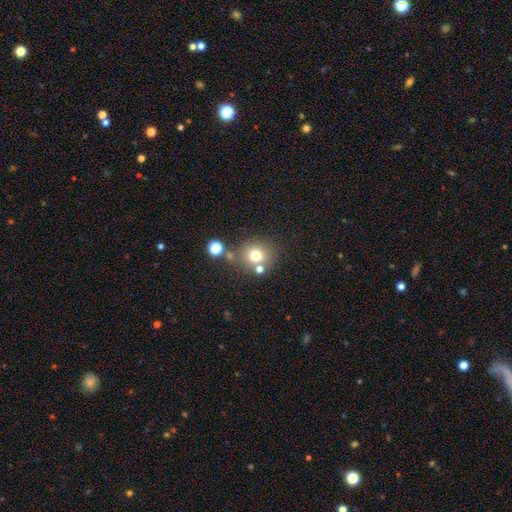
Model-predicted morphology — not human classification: Smooth or featured?
  - smooth: 73% *
  - star or artifact: 15%
  - featured or disk: 12%
How rounded?
  - round: 85% *
  - in between: 14%
  - cigar-shaped: 1%
Merging?
  - none: 72% *
  - merger: 14%
  - minor disturbance: 10%
  - major disturbance: 4%